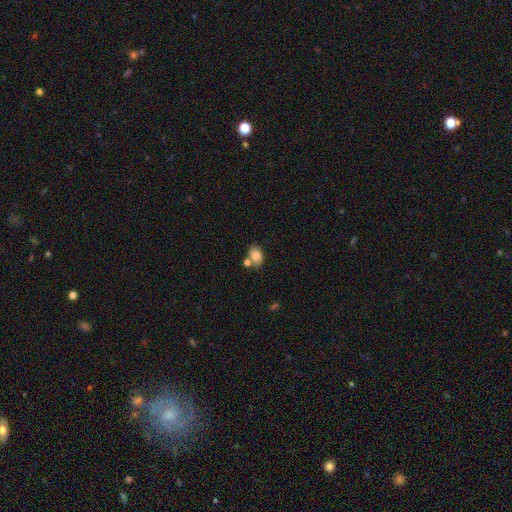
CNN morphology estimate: This appears to be a smooth galaxy with no disk features (79%) that is in between round and cigar-shaped (75%). Merging: none (59%).